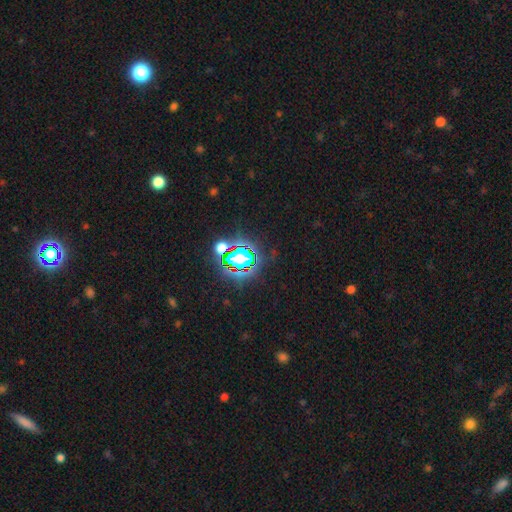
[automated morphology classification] The model was most divided on "smooth or featured": star or artifact: 81%, smooth: 12%, featured or disk: 7%.